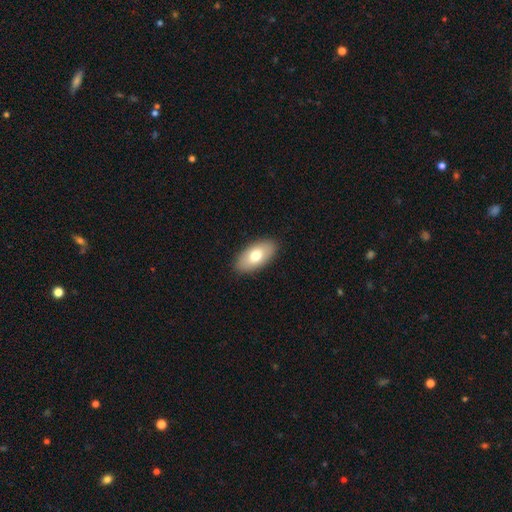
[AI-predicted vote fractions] This appears to be a smooth galaxy with no disk features (73%) that is in between round and cigar-shaped (92%). Merging: none (89%).